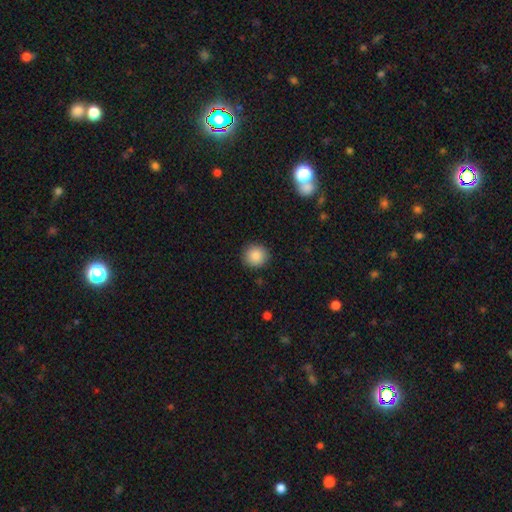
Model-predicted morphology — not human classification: smooth-or-featured: smooth: 87% | star or artifact: 9% | featured or disk: 4%
  how-rounded: round: 92% | in between: 7% | cigar-shaped: 1%
  merging: none: 91% | minor disturbance: 6% | major disturbance: 2% | merger: 1%